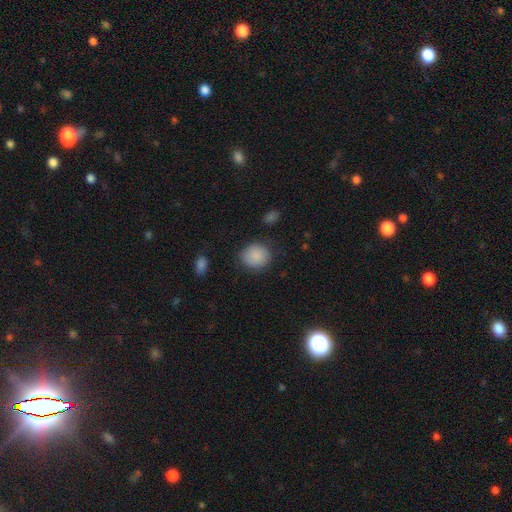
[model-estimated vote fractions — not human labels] Morphology: type=smooth (87%); roundness=round (77%); merging=none (81%).